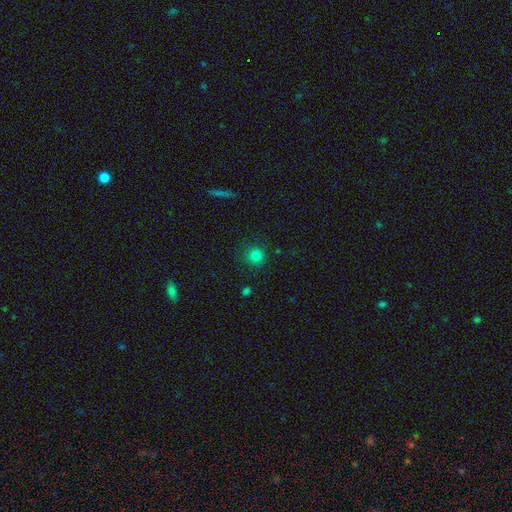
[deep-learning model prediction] Smooth or featured? Predicted: smooth (p=0.81). How rounded? Predicted: round (p=0.93). Merging? Predicted: none (p=0.86).